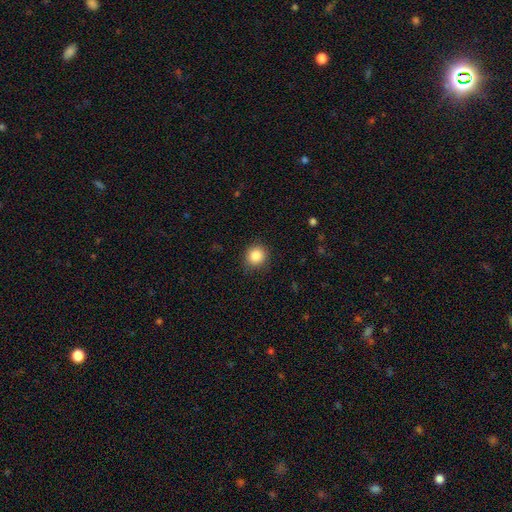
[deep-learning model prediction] This appears to be a smooth galaxy with no disk features (86%) that is round (86%). Merging: none (87%).